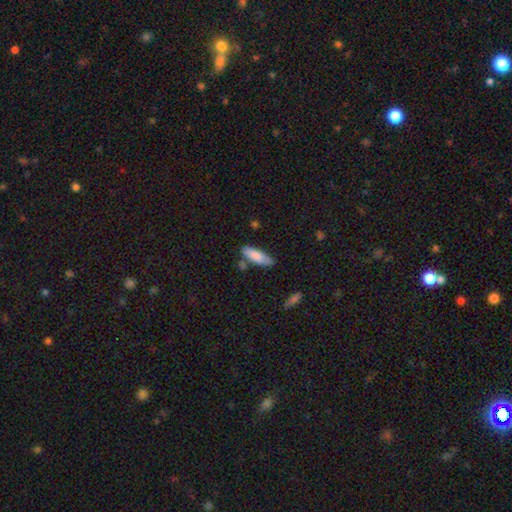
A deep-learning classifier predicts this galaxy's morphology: Smooth or featured?
  - smooth: 81% *
  - featured or disk: 14%
  - star or artifact: 6%
How rounded?
  - in between: 51% *
  - cigar-shaped: 47%
  - round: 2%
Merging?
  - none: 70% *
  - minor disturbance: 19%
  - merger: 7%
  - major disturbance: 3%